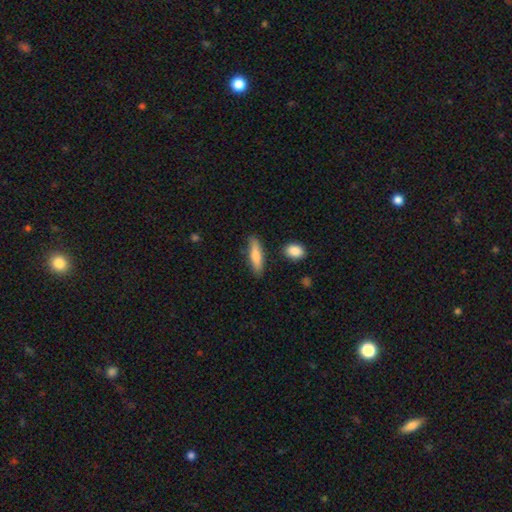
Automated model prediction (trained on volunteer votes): Smooth or featured?
  - smooth: 77% *
  - featured or disk: 17%
  - star or artifact: 6%
How rounded?
  - cigar-shaped: 69% *
  - in between: 29%
  - round: 2%
Merging?
  - none: 83% *
  - minor disturbance: 12%
  - merger: 3%
  - major disturbance: 2%